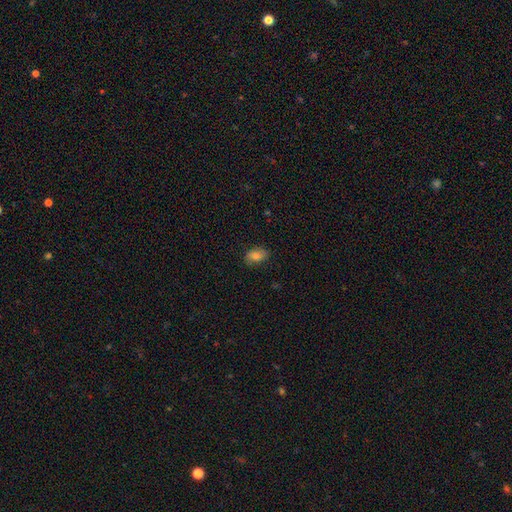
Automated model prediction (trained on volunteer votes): Smooth or featured: smooth — 79% (featured or disk — 11%)
How rounded: in between — 86% (round — 12%)
Merging: none — 80% (minor disturbance — 16%)